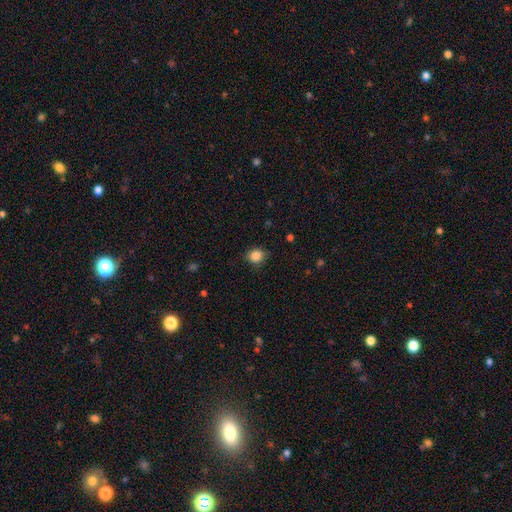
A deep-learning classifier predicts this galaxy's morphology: Overall: smooth (87%). How rounded: round (75%). Merging: none (82%).